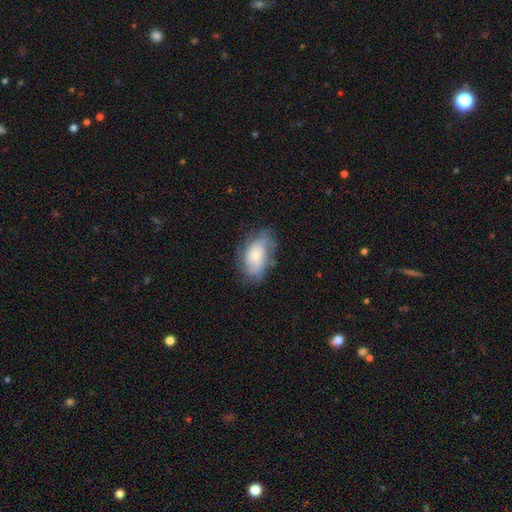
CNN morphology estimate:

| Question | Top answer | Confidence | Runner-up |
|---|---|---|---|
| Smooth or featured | smooth | 52% | featured or disk (40%) |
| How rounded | in between | 91% | round (7%) |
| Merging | none | 58% | minor disturbance (28%) |